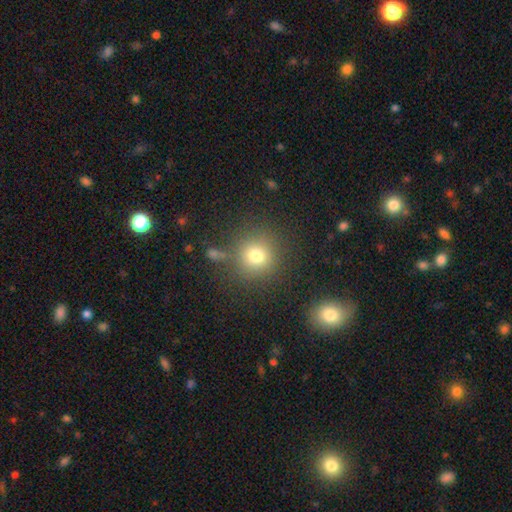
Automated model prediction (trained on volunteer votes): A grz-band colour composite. It shows a smooth galaxy with no disk features (75%) that is round (92%). Merging: none (82%).